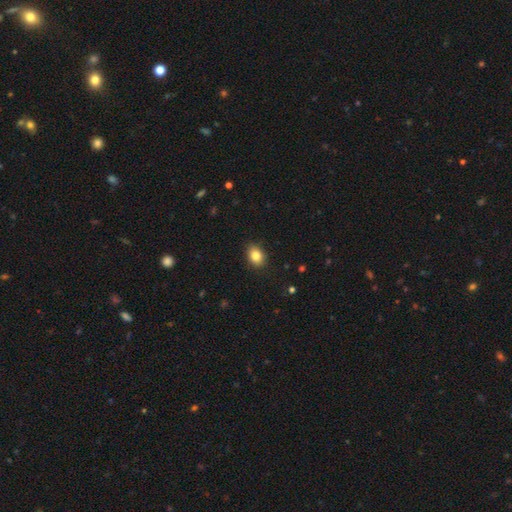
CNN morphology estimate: The model was most divided on "how rounded": in between: 70%, round: 29%, cigar-shaped: 1%. More confident: merging — none (89%); smooth or featured — smooth (84%).